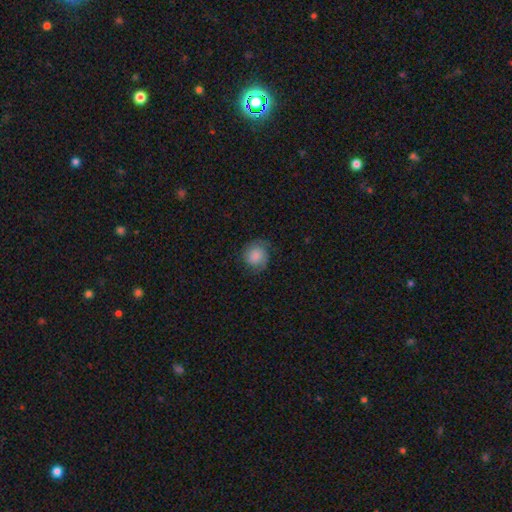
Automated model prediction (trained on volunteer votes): smooth_or_featured: smooth (p=0.71) [alt: featured or disk p=0.21]
how_rounded: round (p=0.83) [alt: in between p=0.16]
merging: none (p=0.72) [alt: minor disturbance p=0.20]